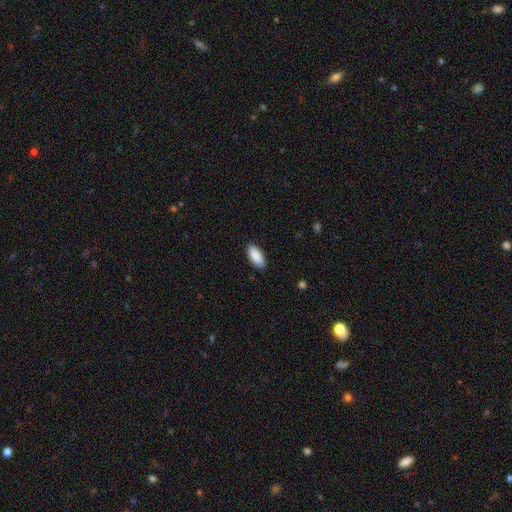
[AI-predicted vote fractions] A smooth galaxy with no disk features (89%) that is in between round and cigar-shaped (86%).

Vote fractions:
- Smooth or featured? smooth: 89% / star or artifact: 6% / featured or disk: 5%
- How rounded? in between: 86% / cigar-shaped: 12% / round: 2%
- Merging? none: 88% / minor disturbance: 9% / major disturbance: 2% / merger: 1%